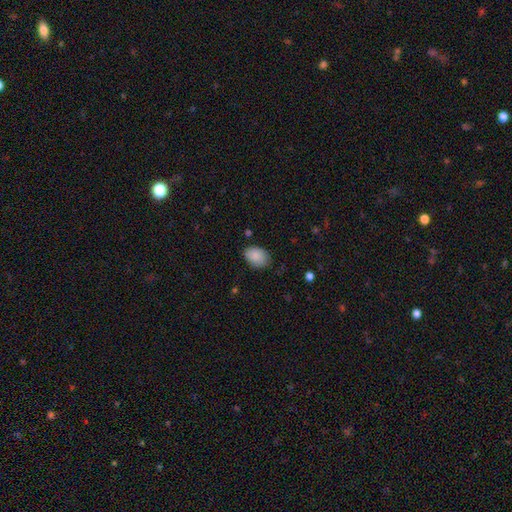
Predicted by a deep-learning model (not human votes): Smooth or featured?
  - smooth: 88% *
  - star or artifact: 7%
  - featured or disk: 5%
How rounded?
  - in between: 79% *
  - round: 20%
  - cigar-shaped: 1%
Merging?
  - none: 75% *
  - minor disturbance: 20%
  - major disturbance: 4%
  - merger: 1%